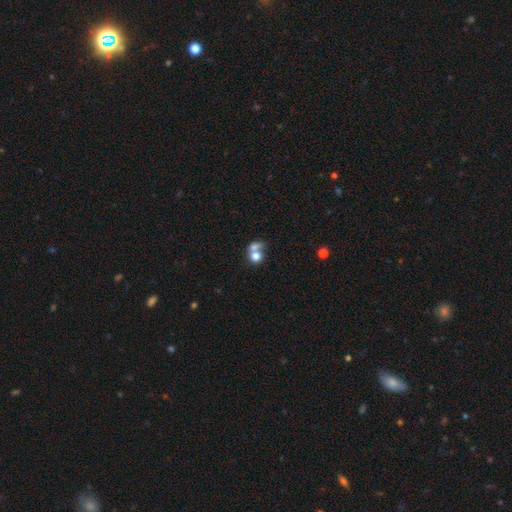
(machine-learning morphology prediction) Q: Smooth or featured?
A: smooth (73%); runner-up: featured or disk (17%)
Q: How rounded?
A: round (72%); runner-up: in between (27%)
Q: Merging?
A: merger (62%); runner-up: none (26%)